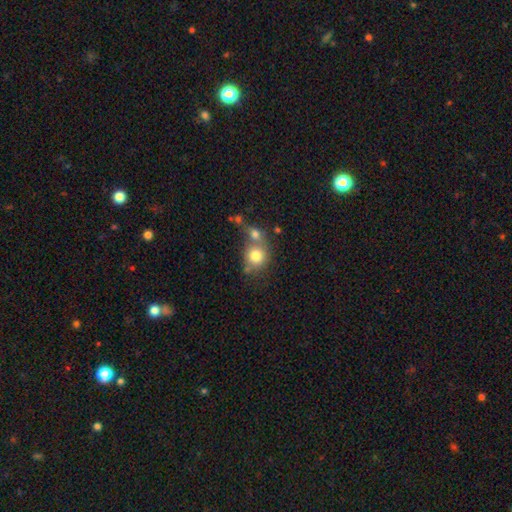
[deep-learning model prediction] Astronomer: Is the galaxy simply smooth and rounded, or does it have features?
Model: smooth — 77%.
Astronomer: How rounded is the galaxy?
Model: round — 80%.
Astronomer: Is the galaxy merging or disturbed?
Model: merger — 45% (runner-up: none, 39%).